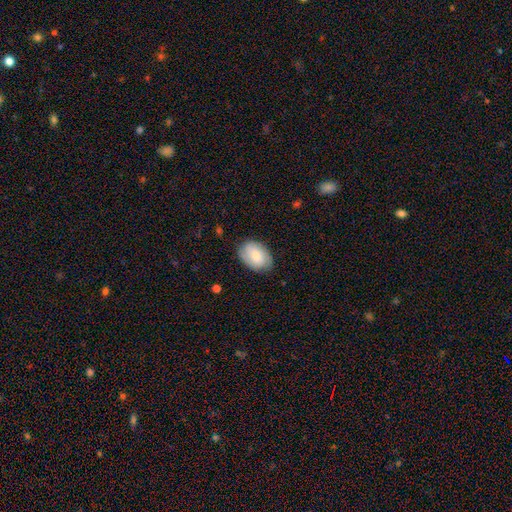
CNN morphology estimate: Smooth or featured?
  - smooth: 70% *
  - featured or disk: 23%
  - star or artifact: 6%
How rounded?
  - in between: 81% *
  - round: 18%
  - cigar-shaped: 1%
Merging?
  - none: 78% *
  - minor disturbance: 18%
  - major disturbance: 4%
  - merger: 1%